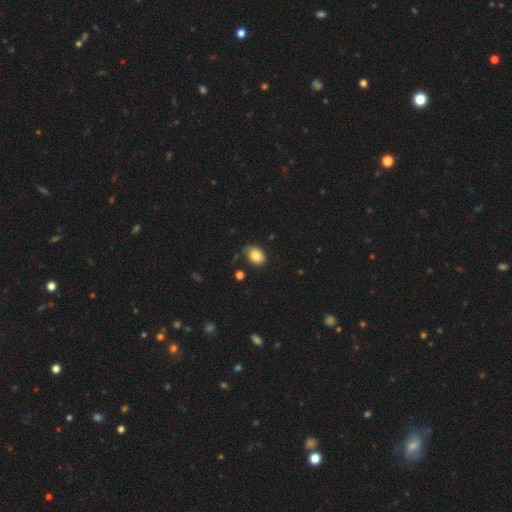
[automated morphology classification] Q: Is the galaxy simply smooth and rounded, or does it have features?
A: smooth — 83%.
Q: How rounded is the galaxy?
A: in between — 76%.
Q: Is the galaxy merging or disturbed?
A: none — 73%.